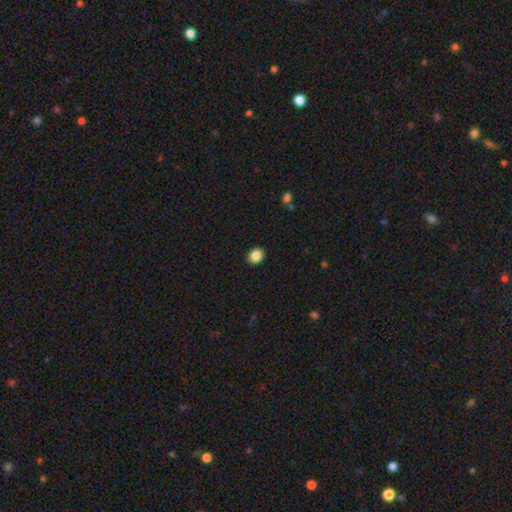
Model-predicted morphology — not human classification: This appears to be a smooth galaxy with no disk features (87%) that is round (52%). Merging: none (91%).